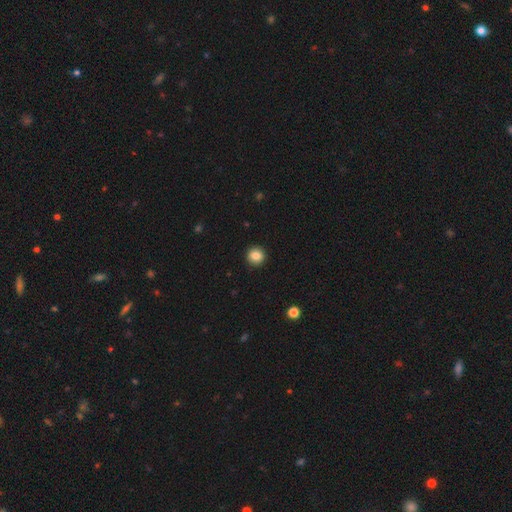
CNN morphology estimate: Smooth or featured?
  - smooth: 85% *
  - star or artifact: 10%
  - featured or disk: 5%
How rounded?
  - round: 91% *
  - in between: 8%
  - cigar-shaped: 1%
Merging?
  - none: 92% *
  - minor disturbance: 5%
  - major disturbance: 2%
  - merger: 1%